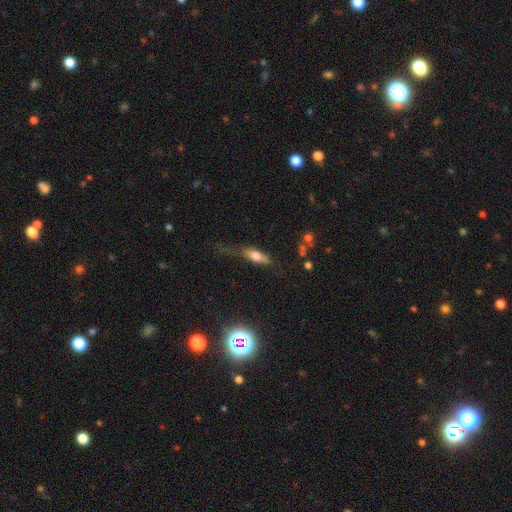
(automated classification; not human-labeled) smooth-or-featured: smooth: 64% | featured or disk: 28% | star or artifact: 8%
  how-rounded: in between: 61% | cigar-shaped: 36% | round: 4%
  merging: none: 39% | minor disturbance: 29% | major disturbance: 28% | merger: 4%